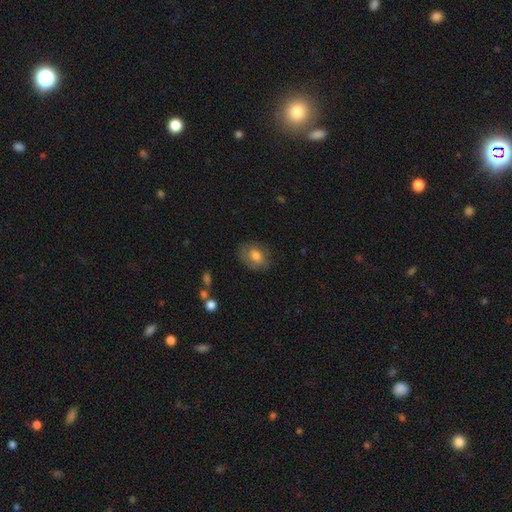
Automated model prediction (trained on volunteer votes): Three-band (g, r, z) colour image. It shows a smooth galaxy with no disk features (74%) that is in between round and cigar-shaped (63%). Merging: none (80%).